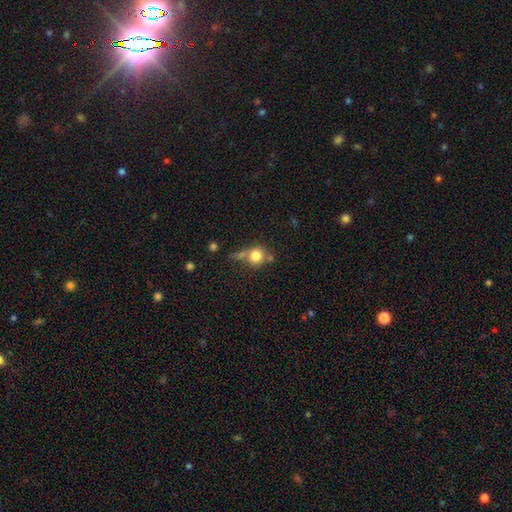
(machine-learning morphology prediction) type=smooth (79%); roundness=round (85%); merging=none (48%).